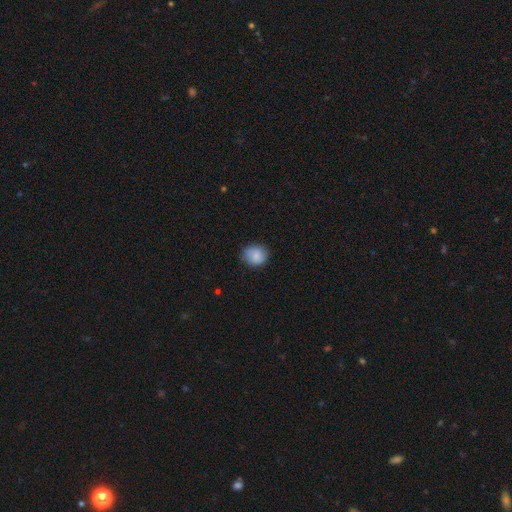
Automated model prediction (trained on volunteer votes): smooth-or-featured: smooth: 84% | featured or disk: 8% | star or artifact: 8%
  how-rounded: round: 73% | in between: 26% | cigar-shaped: 1%
  merging: none: 76% | minor disturbance: 19% | major disturbance: 4% | merger: 1%